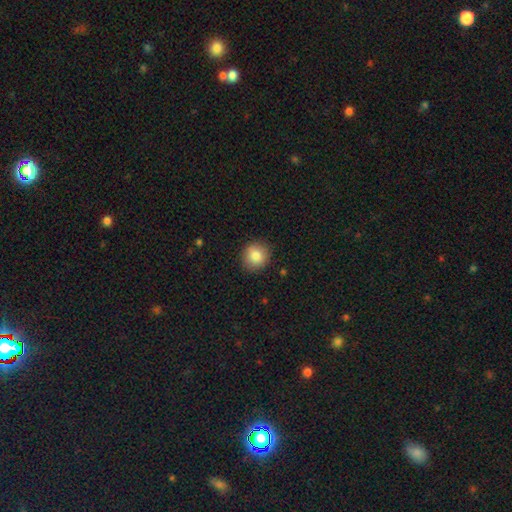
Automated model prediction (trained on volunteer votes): Smooth or featured: smooth — 84% (star or artifact — 9%)
How rounded: round — 88% (in between — 11%)
Merging: none — 89% (minor disturbance — 8%)